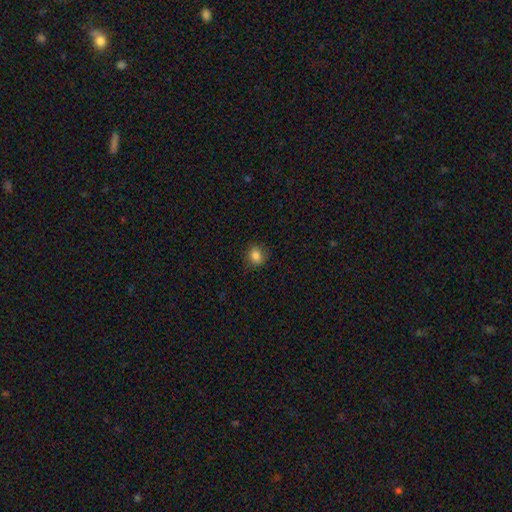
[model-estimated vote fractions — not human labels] Q: Smooth or featured?
A: smooth (84%); runner-up: star or artifact (11%)
Q: How rounded?
A: round (61%); runner-up: in between (38%)
Q: Merging?
A: none (83%); runner-up: minor disturbance (13%)